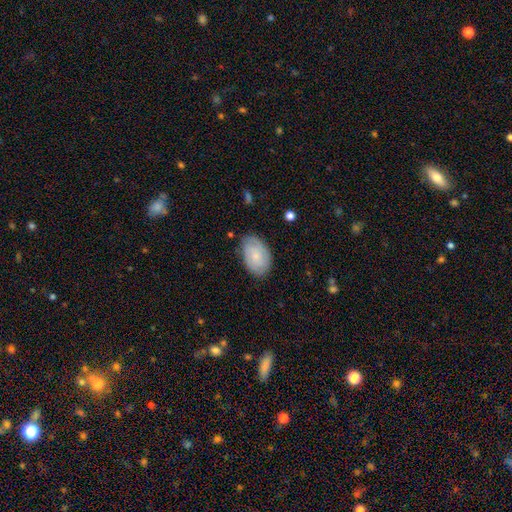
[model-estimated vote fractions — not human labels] Q: Smooth or featured?
A: smooth (50%); runner-up: featured or disk (43%)
Q: How rounded?
A: in between (89%); runner-up: round (10%)
Q: Merging?
A: none (78%); runner-up: minor disturbance (17%)